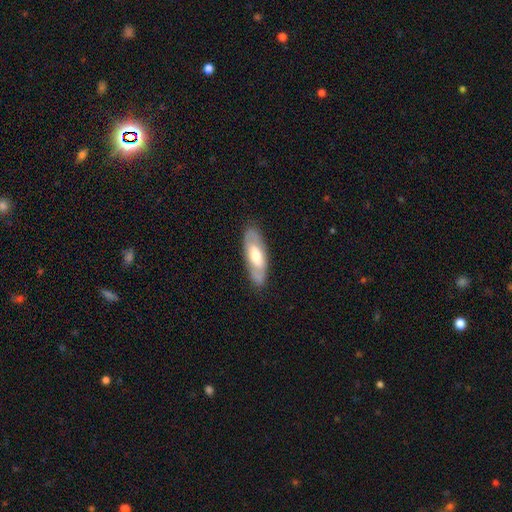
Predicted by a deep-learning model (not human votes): The model was most divided on "smooth or featured": featured or disk: 49%, smooth: 46%, star or artifact: 5%. More confident: merging — none (83%).